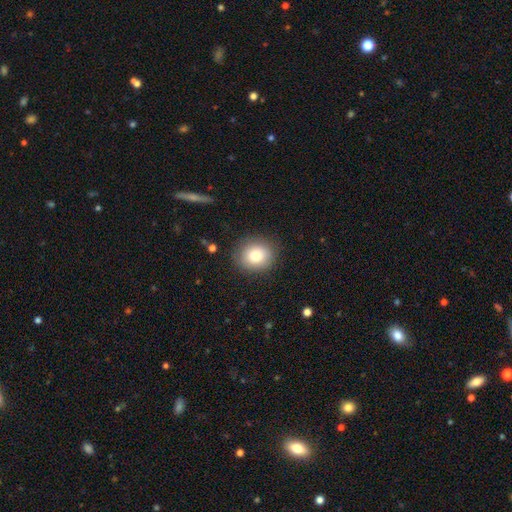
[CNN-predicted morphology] The model was most divided on "how rounded": round: 73%, in between: 26%, cigar-shaped: 1%. More confident: merging — none (87%); smooth or featured — smooth (84%).